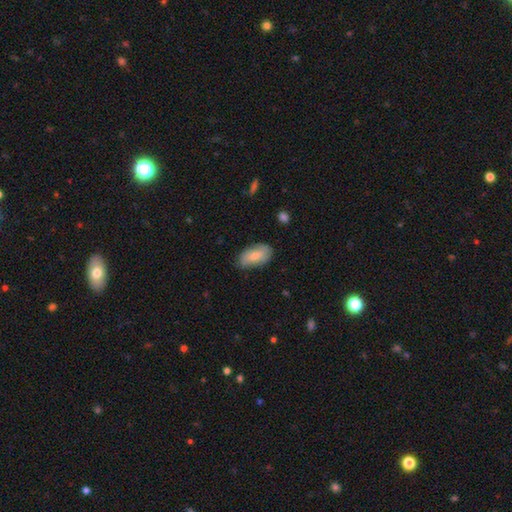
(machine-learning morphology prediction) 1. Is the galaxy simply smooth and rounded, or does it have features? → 73% smooth, 21% featured or disk, 6% star or artifact.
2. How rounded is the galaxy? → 93% in between, 3% cigar-shaped, 3% round.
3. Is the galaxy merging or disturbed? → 73% none, 21% minor disturbance, 4% major disturbance, 1% merger.